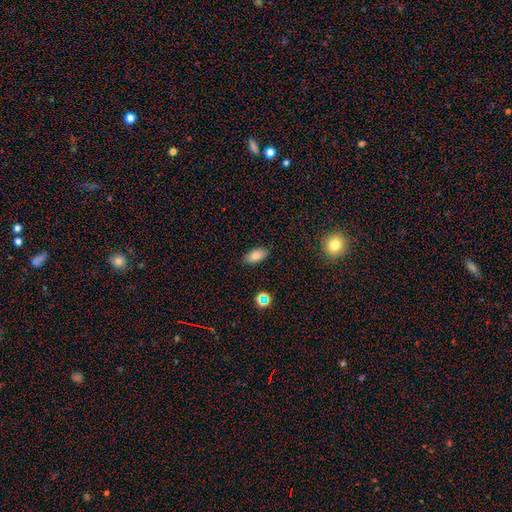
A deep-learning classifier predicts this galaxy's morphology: This is clearly a smooth galaxy (81%). How rounded: clearly in between (90%). Merging: clearly none (87%).